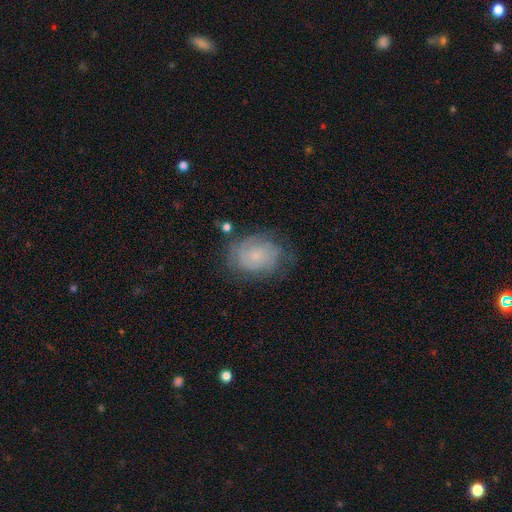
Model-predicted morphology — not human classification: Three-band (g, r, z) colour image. It shows a featured or disk galaxy (57%) with no bar (80%), spiral arms (83%) and a small central bulge (75%). Merging: none (63%).